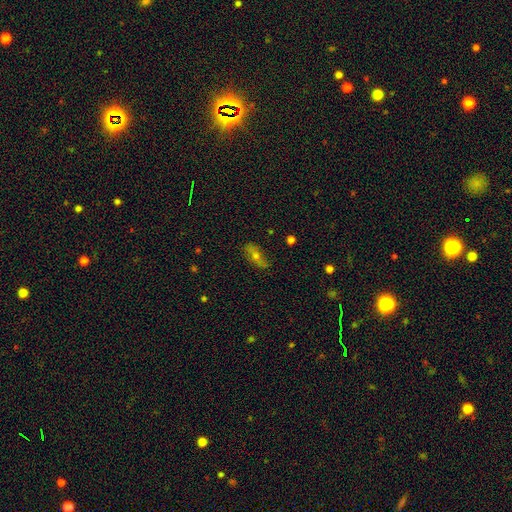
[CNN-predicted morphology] smooth_or_featured: featured or disk (p=0.42) [tied with: smooth p=0.42]
merging: none (p=0.76) [alt: minor disturbance p=0.17]